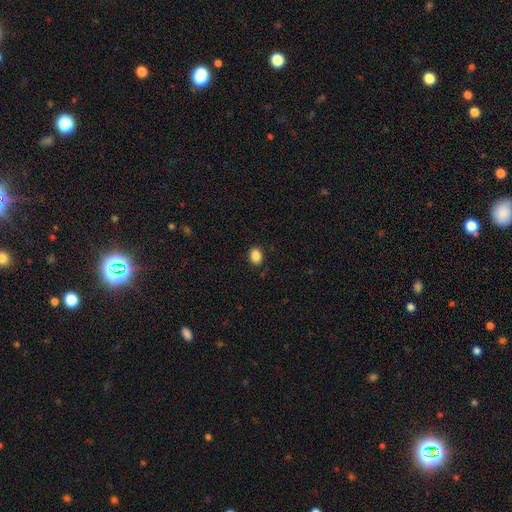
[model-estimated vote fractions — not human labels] smooth_or_featured: smooth (p=0.88) [alt: star or artifact p=0.09]
how_rounded: in between (p=0.74) [alt: round p=0.25]
merging: none (p=0.88) [alt: minor disturbance p=0.09]